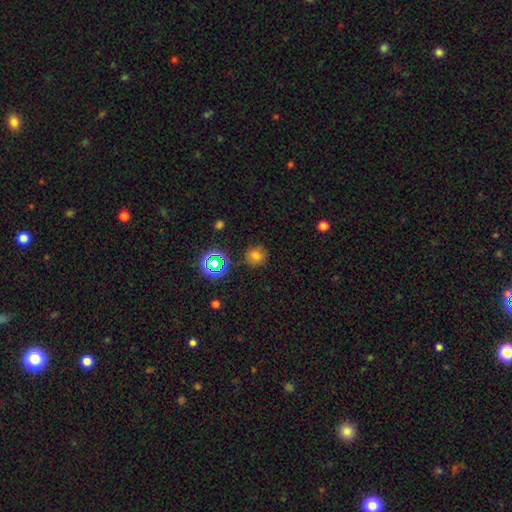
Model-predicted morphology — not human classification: A smooth galaxy with no disk features (71%) that is round (92%). Merging: none (87%).